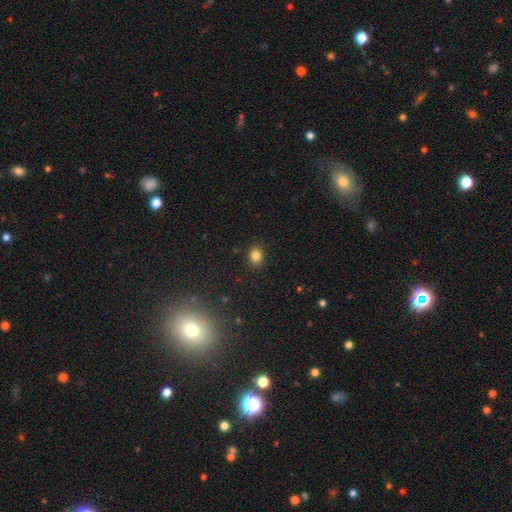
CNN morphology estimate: Smooth or featured? Predicted: smooth (p=0.83). How rounded? Predicted: round (p=0.64). Merging? Predicted: none (p=0.89).